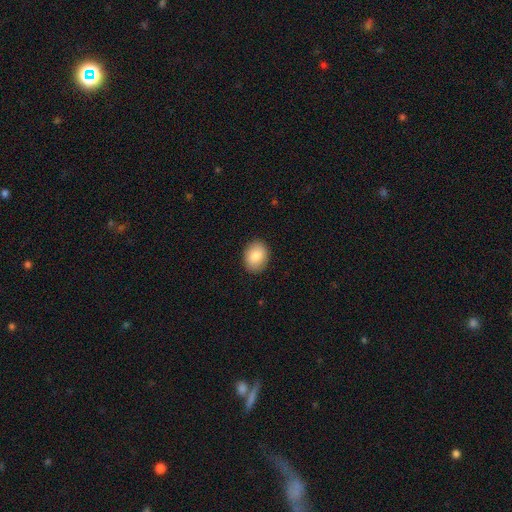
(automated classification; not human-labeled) Smooth or featured? smooth (87%)
How rounded? in between (66%)
Merging? none (89%)